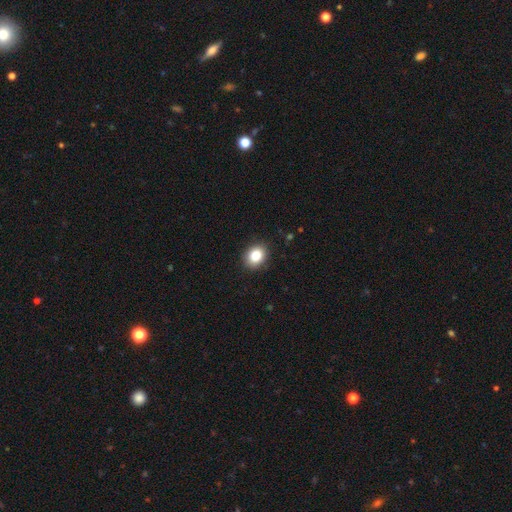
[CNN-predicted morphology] type=smooth (84%); roundness=in between (52%); merging=none (89%).